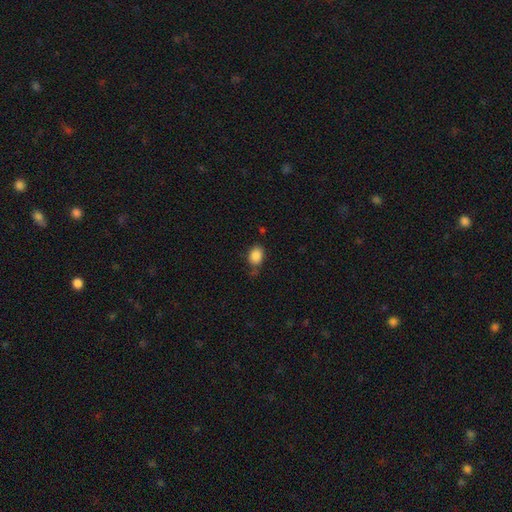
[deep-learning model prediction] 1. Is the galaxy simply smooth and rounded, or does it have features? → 87% smooth, 9% star or artifact, 4% featured or disk.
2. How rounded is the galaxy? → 72% in between, 27% round, 1% cigar-shaped.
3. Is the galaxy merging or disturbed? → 67% none, 23% minor disturbance, 6% major disturbance, 4% merger.